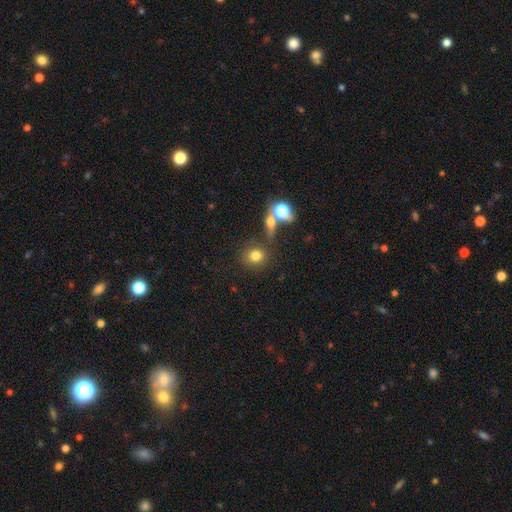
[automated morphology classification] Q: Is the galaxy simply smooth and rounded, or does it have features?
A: smooth — 77%.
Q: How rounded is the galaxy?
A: round — 79%.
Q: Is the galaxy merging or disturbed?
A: none — 70%.